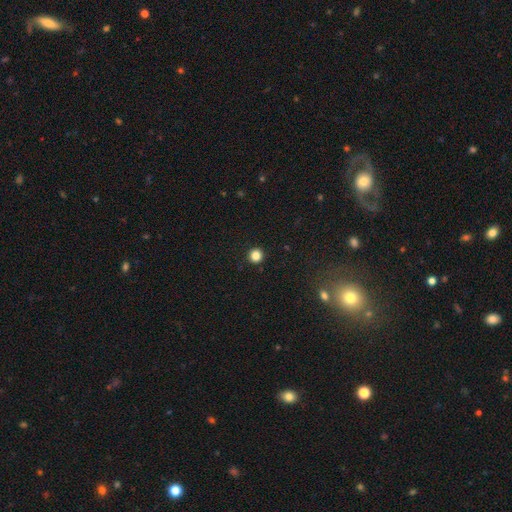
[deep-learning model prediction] Q: Smooth or featured?
A: smooth (84%); runner-up: star or artifact (12%)
Q: How rounded?
A: round (95%); runner-up: in between (4%)
Q: Merging?
A: none (93%); runner-up: minor disturbance (4%)